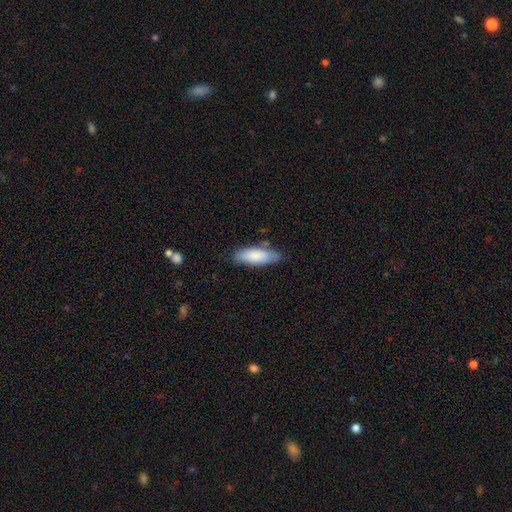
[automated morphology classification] The model was most divided on "how rounded": in between: 63%, cigar-shaped: 35%, round: 2%. More confident: smooth or featured — smooth (84%); merging — none (74%).